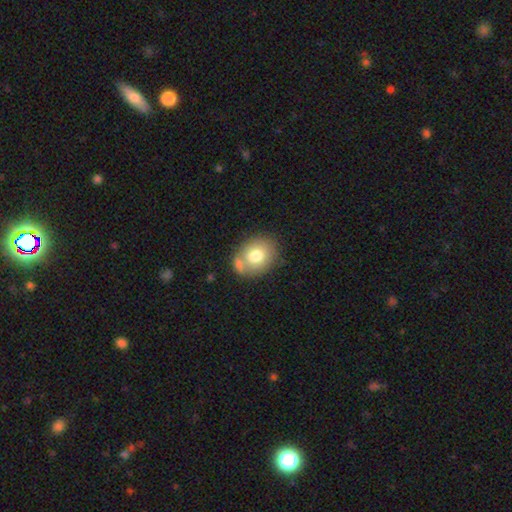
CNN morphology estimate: A smooth galaxy with no disk features (75%) that is in between round and cigar-shaped (50%).

Vote fractions:
- Smooth or featured? smooth: 75% / featured or disk: 17% / star or artifact: 8%
- How rounded? in between: 50% / round: 49% / cigar-shaped: 1%
- Merging? none: 58% / merger: 22% / minor disturbance: 15% / major disturbance: 5%